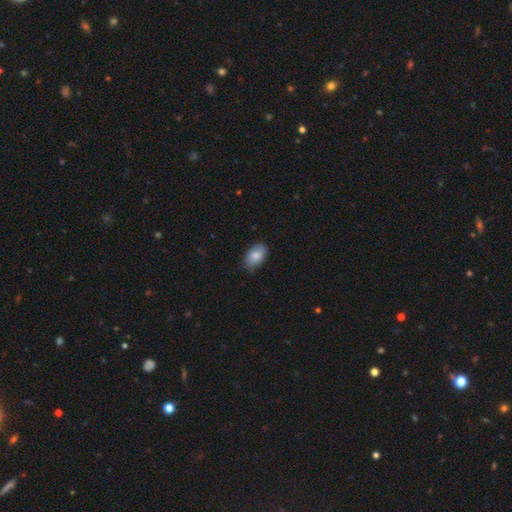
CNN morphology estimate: This appears to be a smooth galaxy with no disk features (83%) that is in between round and cigar-shaped (91%). Merging: none (80%).